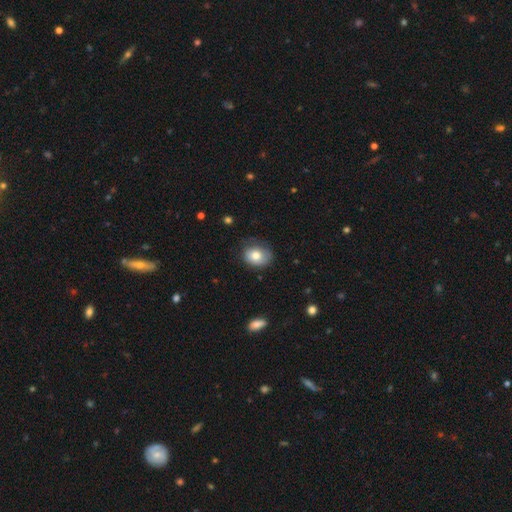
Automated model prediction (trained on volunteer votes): Smooth or featured? smooth (76%)
How rounded? in between (53%)
Merging? none (67%)